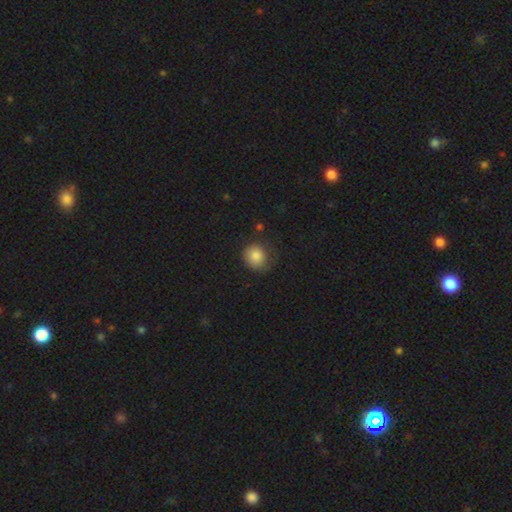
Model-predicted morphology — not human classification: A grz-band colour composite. It shows a smooth galaxy with no disk features (84%) that is round (84%). Merging: none (65%).